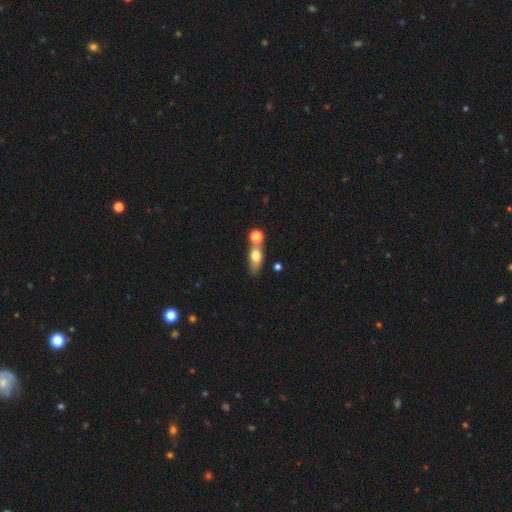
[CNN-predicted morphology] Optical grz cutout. It shows a smooth galaxy with no disk features (72%) that is in between round and cigar-shaped (68%). Merging: none (46%).